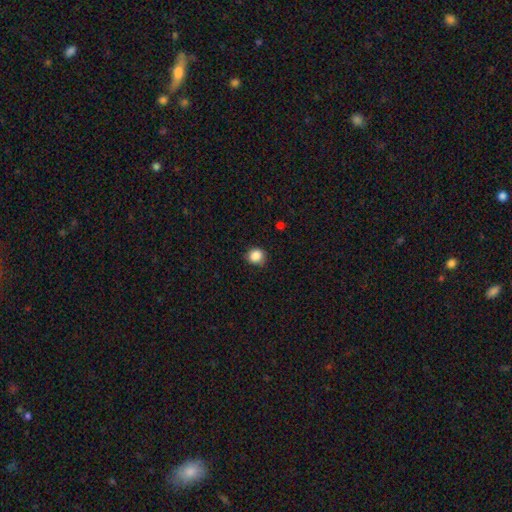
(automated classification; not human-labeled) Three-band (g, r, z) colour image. It shows a smooth galaxy with no disk features (87%) that is round (84%). Merging: none (79%).